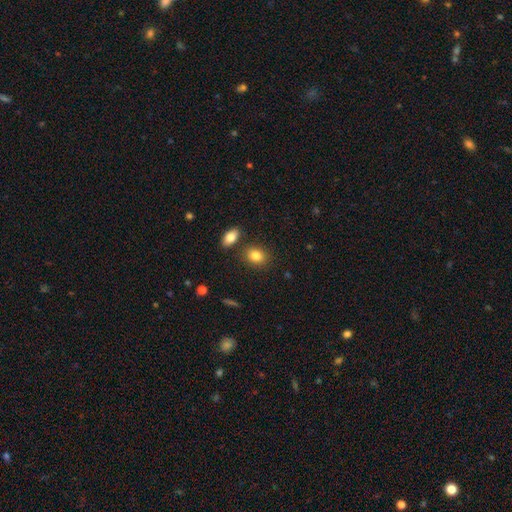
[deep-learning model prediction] This is clearly a smooth galaxy (84%). How rounded: possibly in between (58%). Merging: likely none (79%).